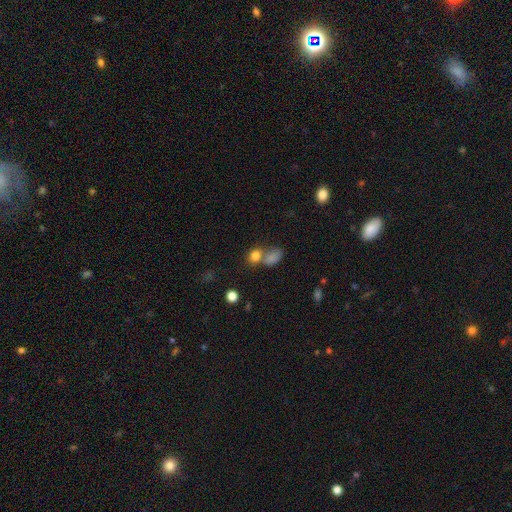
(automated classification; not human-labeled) Morphology: type=smooth (80%); roundness=round (54%); merging=merger (46%).